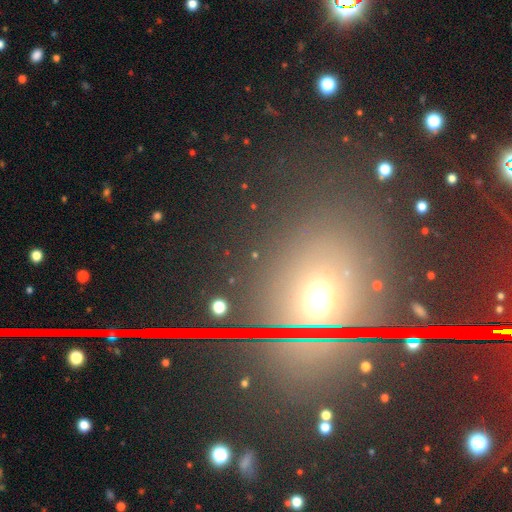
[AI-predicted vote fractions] smooth-or-featured: star or artifact: 57% | smooth: 34% | featured or disk: 10%